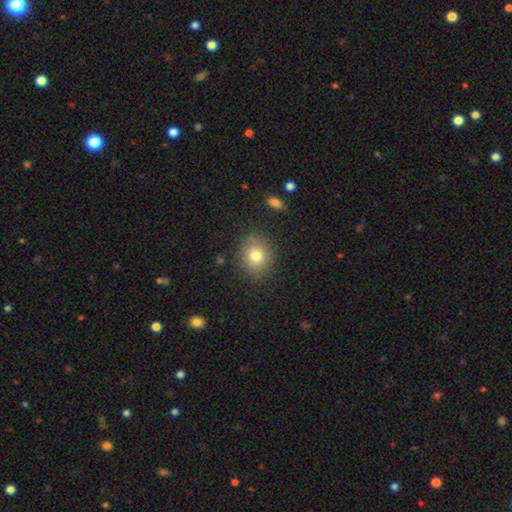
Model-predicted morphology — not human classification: A smooth galaxy with no disk features (78%) that is round (74%). Merging: none (83%).